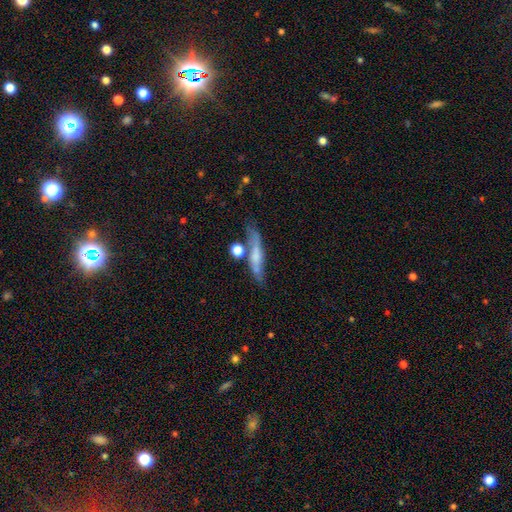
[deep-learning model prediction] A smooth galaxy with no disk features (46%).

Vote fractions:
- Smooth or featured? smooth: 46% / featured or disk: 45% / star or artifact: 9%
- Merging? none: 53% / minor disturbance: 23% / merger: 13% / major disturbance: 11%